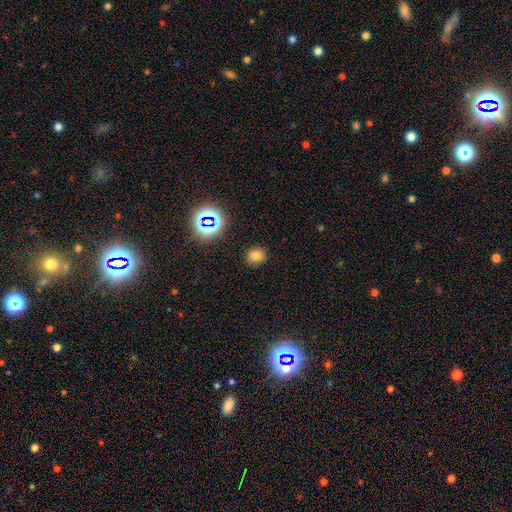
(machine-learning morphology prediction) This is likely a smooth galaxy (73%). How rounded: likely round (74%). Merging: clearly none (87%).